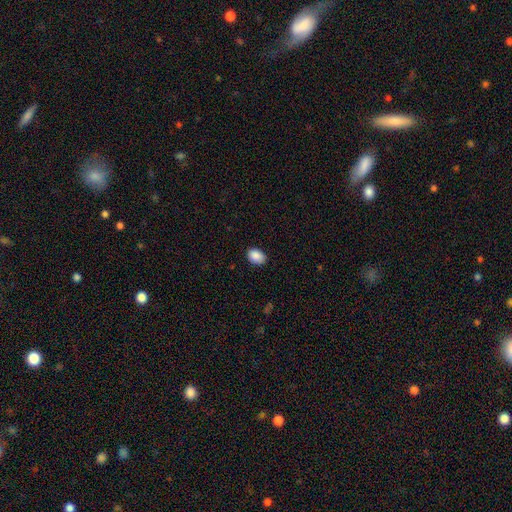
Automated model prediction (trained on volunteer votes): This is clearly a smooth galaxy (89%). How rounded: likely in between (79%). Merging: clearly none (85%).